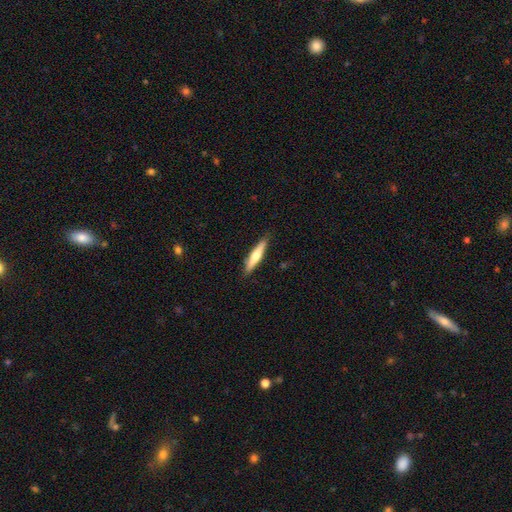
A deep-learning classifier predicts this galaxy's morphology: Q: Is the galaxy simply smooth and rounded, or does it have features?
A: smooth — 48%.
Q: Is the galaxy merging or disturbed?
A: none — 89%.